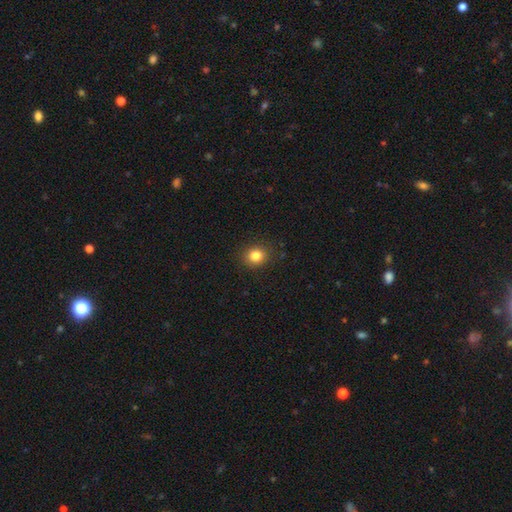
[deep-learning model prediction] smooth-or-featured: smooth: 83% | star or artifact: 12% | featured or disk: 6%
  how-rounded: round: 80% | in between: 20% | cigar-shaped: 1%
  merging: none: 89% | minor disturbance: 8% | major disturbance: 2% | merger: 1%